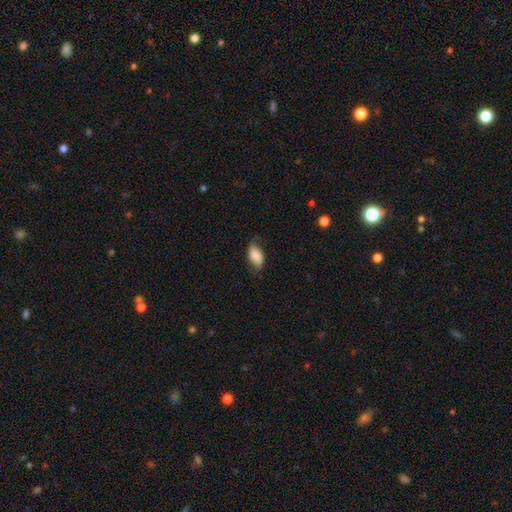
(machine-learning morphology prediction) Smooth or featured: smooth — 78% (featured or disk — 15%)
How rounded: in between — 91% (round — 5%)
Merging: none — 61% (minor disturbance — 29%)